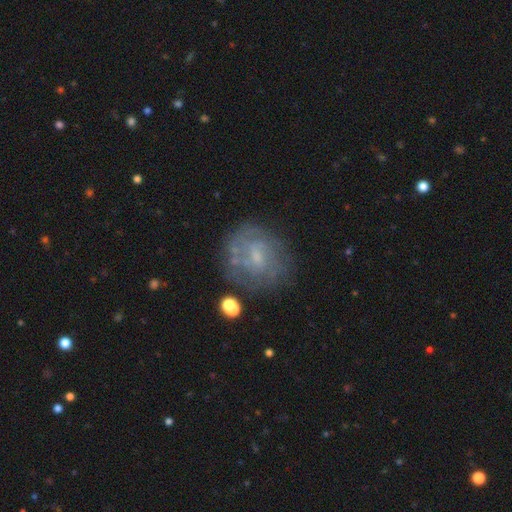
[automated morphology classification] Smooth or featured? featured or disk (65%)
Edge-on disk? no (97%)
Bar? weak (48%)
Spiral arms? yes (67%)
Bulge size? small (54%)
Merging? none (68%)